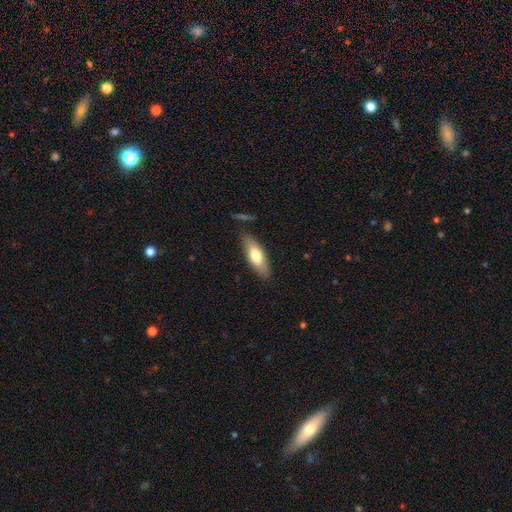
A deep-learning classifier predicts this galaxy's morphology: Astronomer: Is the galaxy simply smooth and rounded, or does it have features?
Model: smooth — 69%.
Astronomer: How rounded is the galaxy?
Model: in between — 62%.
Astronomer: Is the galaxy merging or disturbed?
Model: none — 82%.